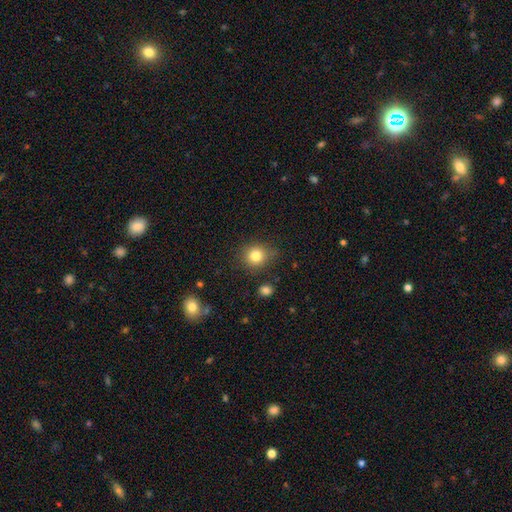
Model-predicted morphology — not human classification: smooth 82%, star or artifact 11%, featured or disk 6%. Down the decision tree: how rounded — round (86%); merging — none (82%).